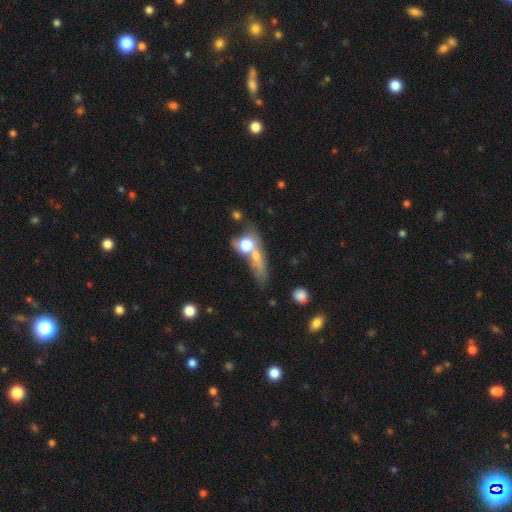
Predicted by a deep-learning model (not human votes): This is possibly a smooth galaxy (54%). How rounded: marginally cigar-shaped (37%). Merging: marginally merger (37%).